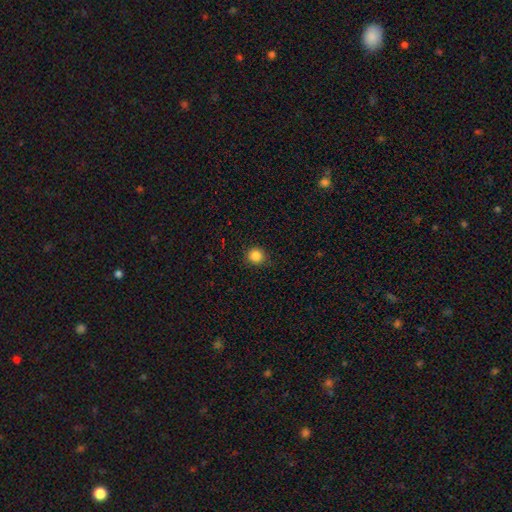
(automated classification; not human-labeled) A smooth galaxy with no disk features (85%) that is round (92%). Merging: none (87%).